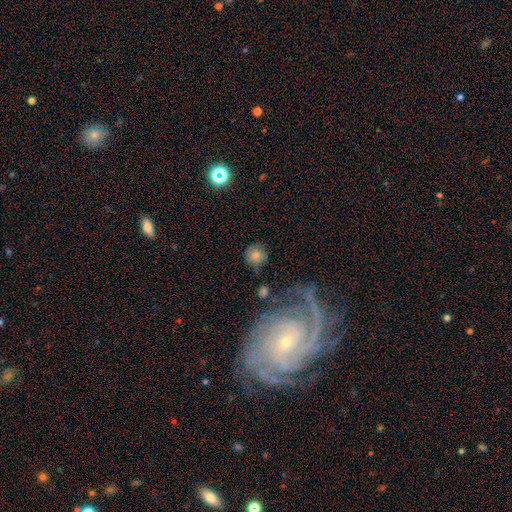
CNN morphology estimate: A smooth galaxy with no disk features (78%) that is round (91%). Merging: none (76%).